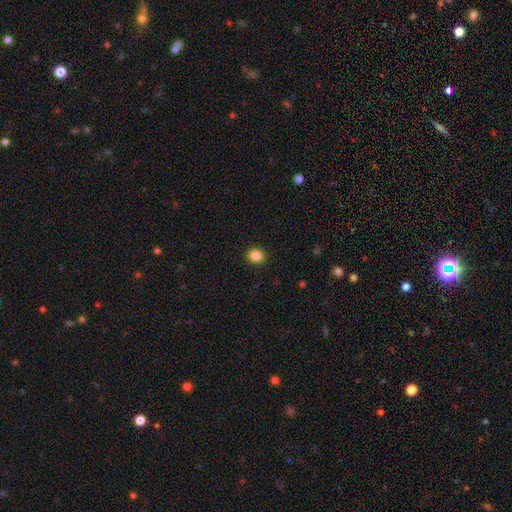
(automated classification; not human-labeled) smooth_or_featured: smooth (p=0.86) [alt: star or artifact p=0.10]
how_rounded: round (p=0.61) [alt: in between p=0.38]
merging: none (p=0.91) [alt: minor disturbance p=0.06]